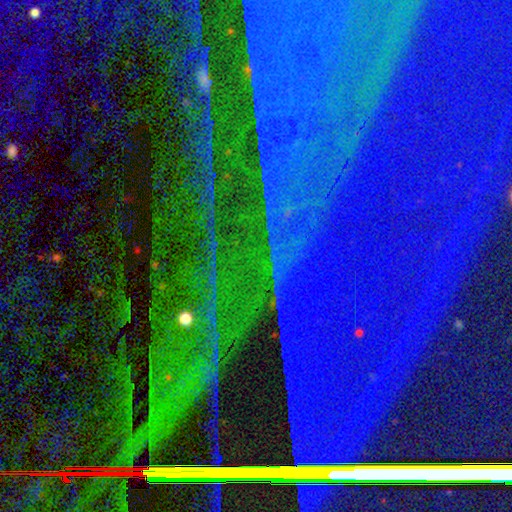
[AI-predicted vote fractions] Morphology: type=star or artifact (87%).